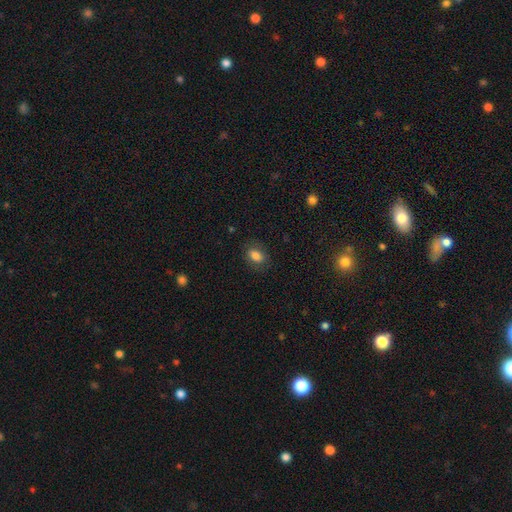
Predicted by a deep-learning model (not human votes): Smooth or featured? smooth (82%)
How rounded? in between (79%)
Merging? none (82%)